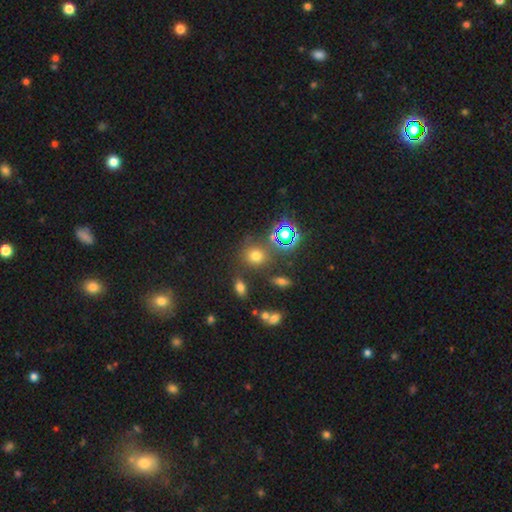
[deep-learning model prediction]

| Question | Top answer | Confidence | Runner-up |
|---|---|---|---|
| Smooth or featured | smooth | 65% | star or artifact (26%) |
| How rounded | round | 78% | in between (21%) |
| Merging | none | 73% | minor disturbance (12%) |